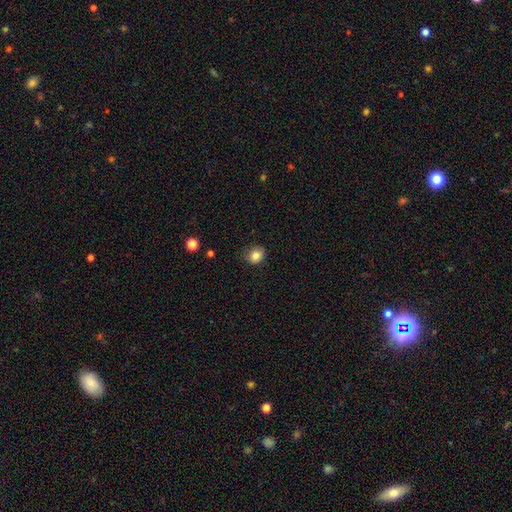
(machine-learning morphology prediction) smooth 84%, star or artifact 10%, featured or disk 6%. Down the decision tree: how rounded — round (72%); merging — none (79%).